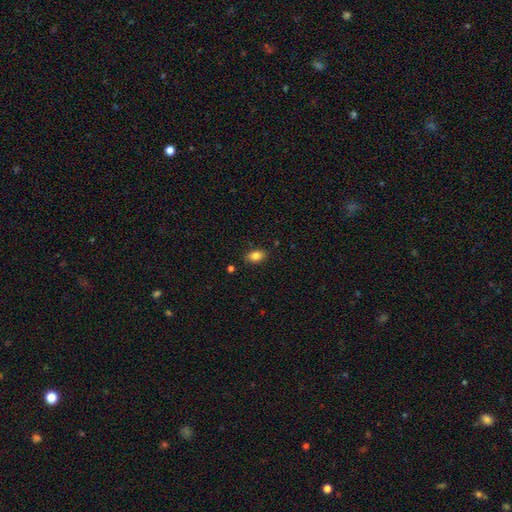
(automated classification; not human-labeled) A smooth galaxy with no disk features (84%) that is in between round and cigar-shaped (86%).

Vote fractions:
- Smooth or featured? smooth: 84% / star or artifact: 9% / featured or disk: 7%
- How rounded? in between: 86% / round: 12% / cigar-shaped: 2%
- Merging? none: 86% / minor disturbance: 11% / major disturbance: 2% / merger: 2%